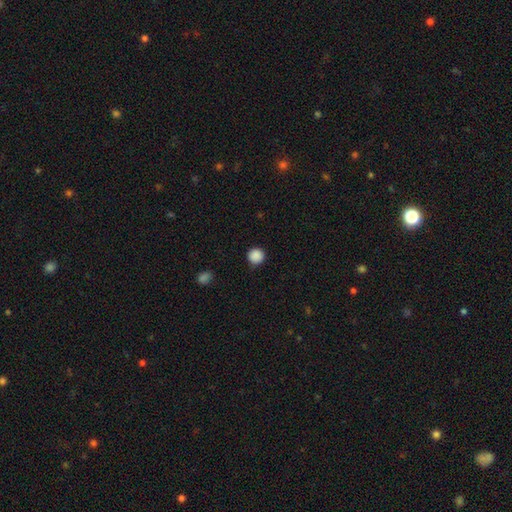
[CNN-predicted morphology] This appears to be a smooth galaxy with no disk features (88%) that is round (94%). Merging: none (88%).